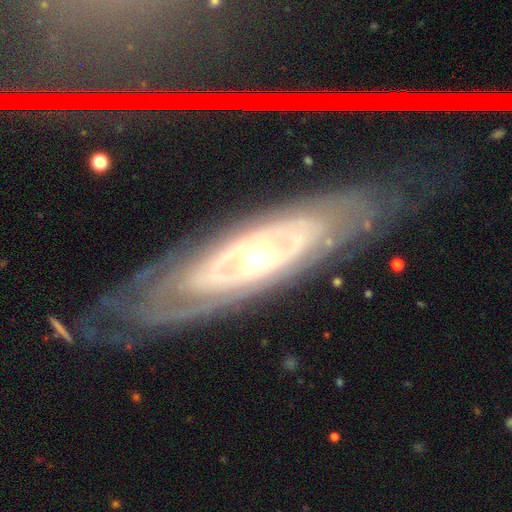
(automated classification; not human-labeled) This is clearly a featured or disk galaxy (81%). It is likely not viewed edge-on (78%). Bar: likely no (74%). Spiral arm pattern: possibly no (53%). Central bulge: likely moderate (67%). Merging: likely none (80%).